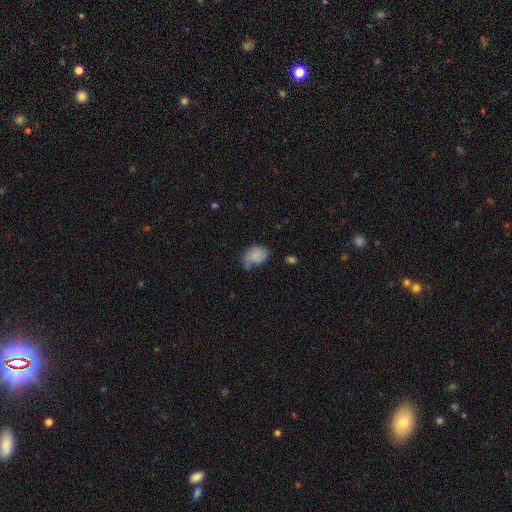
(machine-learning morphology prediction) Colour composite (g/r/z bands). It shows a smooth galaxy with no disk features (71%) that is in between round and cigar-shaped (65%). Merging: none (41%).